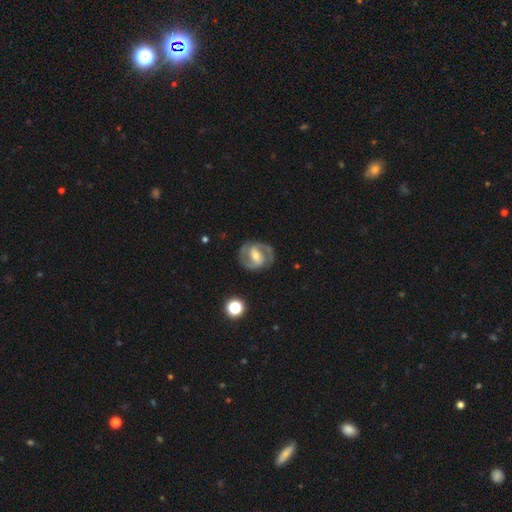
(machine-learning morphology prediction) Overall: featured or disk (82%). Edge-on disk: no (97%). Bar: strong (44%; weak 39%). Spiral arms: yes (91%). Spiral arm count: 2 (89%). Spiral winding: medium (50%; tight 38%). Bulge size: moderate (56%; small 35%). Merging: none (82%).